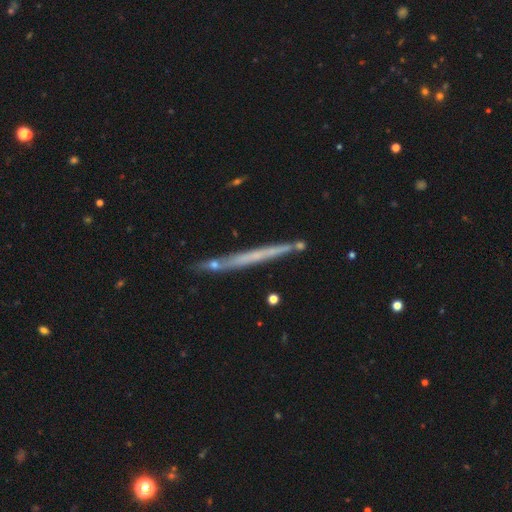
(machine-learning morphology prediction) This is possibly a featured or disk galaxy (56%). It is clearly viewed edge-on (95%). Edge-on bulge: clearly none (90%). Merging: clearly none (84%).